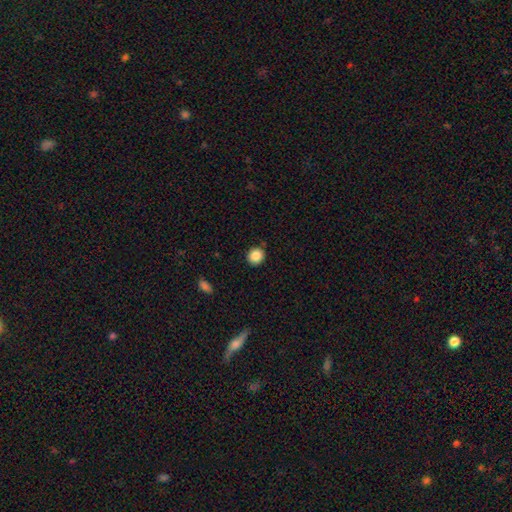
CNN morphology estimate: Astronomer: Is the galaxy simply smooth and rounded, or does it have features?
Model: smooth — 87%.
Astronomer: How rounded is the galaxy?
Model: round — 88%.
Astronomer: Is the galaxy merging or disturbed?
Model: none — 88%.